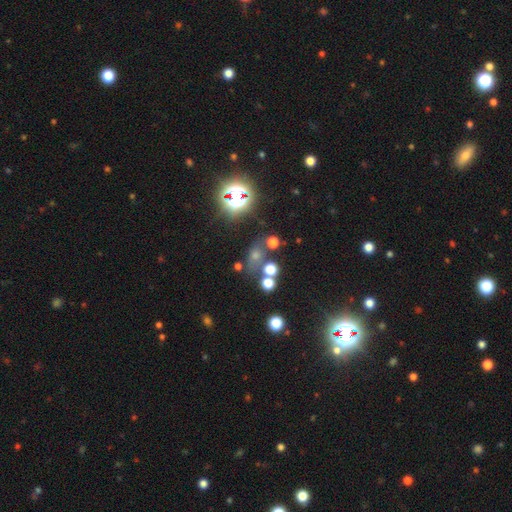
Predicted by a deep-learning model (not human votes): Smooth or featured? Predicted: star or artifact (p=0.57).